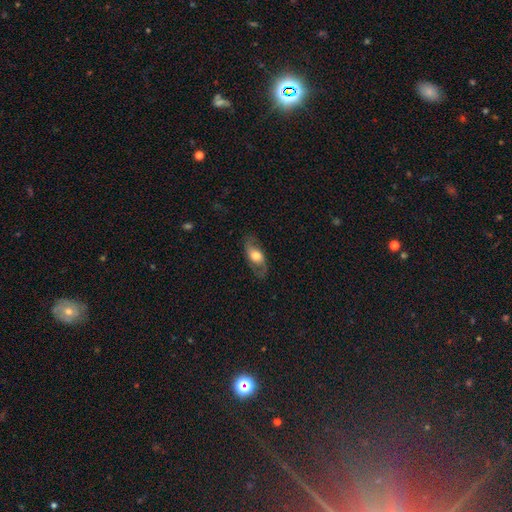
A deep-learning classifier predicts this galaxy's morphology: A featured or disk galaxy (53%).

Vote fractions:
- Smooth or featured? featured or disk: 53% / smooth: 40% / star or artifact: 7%
- Edge-on disk? no: 82% / yes: 18%
- Merging? none: 74% / minor disturbance: 17% / major disturbance: 8% / merger: 1%